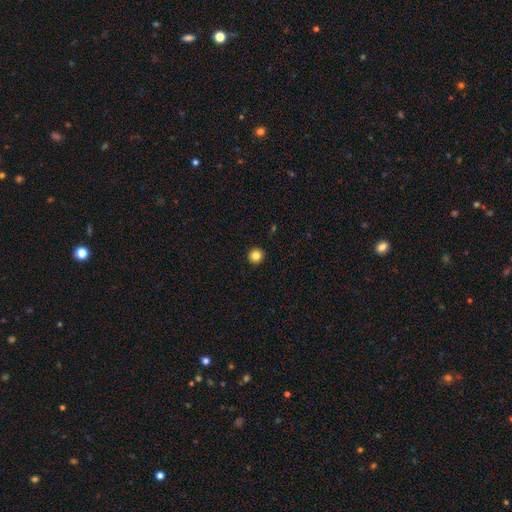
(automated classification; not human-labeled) A smooth galaxy with no disk features (83%) that is round (95%).

Vote fractions:
- Smooth or featured? smooth: 83% / star or artifact: 11% / featured or disk: 6%
- How rounded? round: 95% / in between: 4% / cigar-shaped: 1%
- Merging? none: 93% / minor disturbance: 4% / major disturbance: 1% / merger: 1%